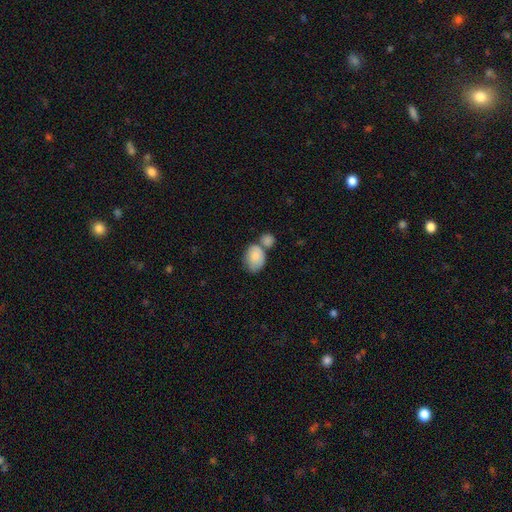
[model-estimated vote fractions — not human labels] Smooth or featured? smooth (83%)
How rounded? in between (77%)
Merging? merger (43%)